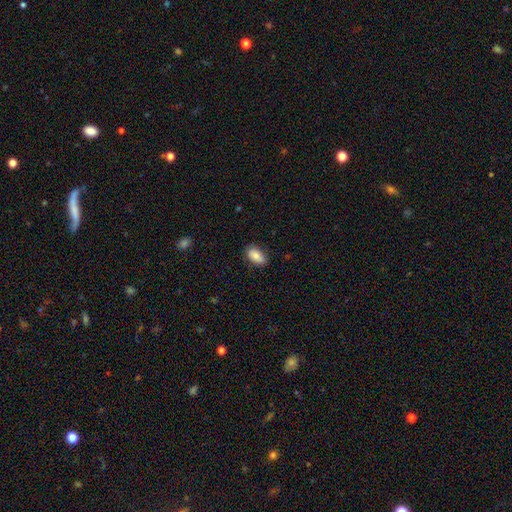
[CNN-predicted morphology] smooth_or_featured: smooth (p=0.84) [alt: featured or disk p=0.09]
how_rounded: in between (p=0.92) [alt: round p=0.05]
merging: none (p=0.82) [alt: minor disturbance p=0.15]